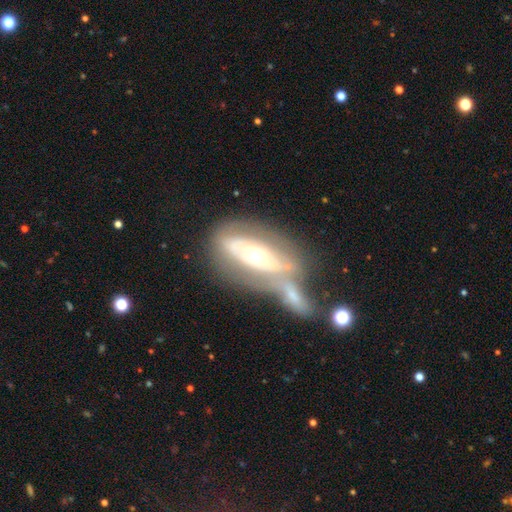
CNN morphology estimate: Smooth or featured: featured or disk — 68% (smooth — 25%)
Edge-on disk: no — 80% (yes — 20%)
Bar: no — 59% (strong — 22%)
Spiral arms: no — 56% (yes — 44%)
Bulge size: moderate — 59% (small — 32%)
Merging: merger — 37% (none — 34%)